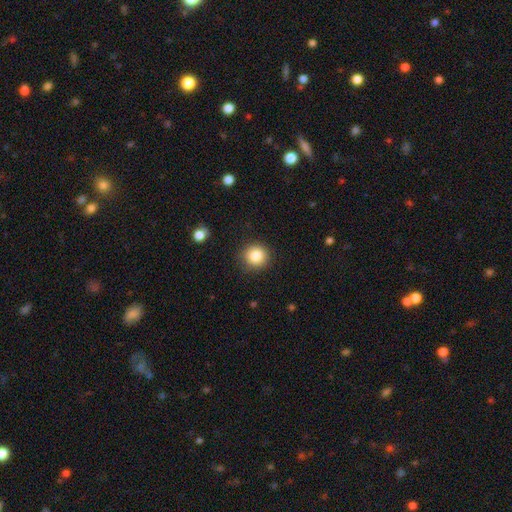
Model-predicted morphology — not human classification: smooth_or_featured: smooth (p=0.84) [alt: star or artifact p=0.10]
how_rounded: round (p=0.92) [alt: in between p=0.07]
merging: none (p=0.89) [alt: minor disturbance p=0.08]